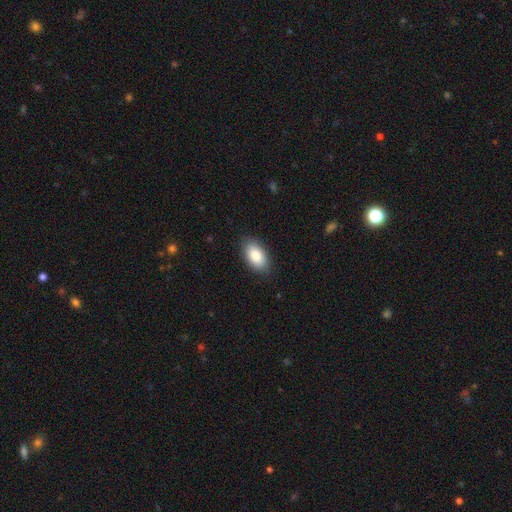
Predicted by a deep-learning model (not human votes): Smooth or featured? smooth (87%)
How rounded? in between (94%)
Merging? none (86%)